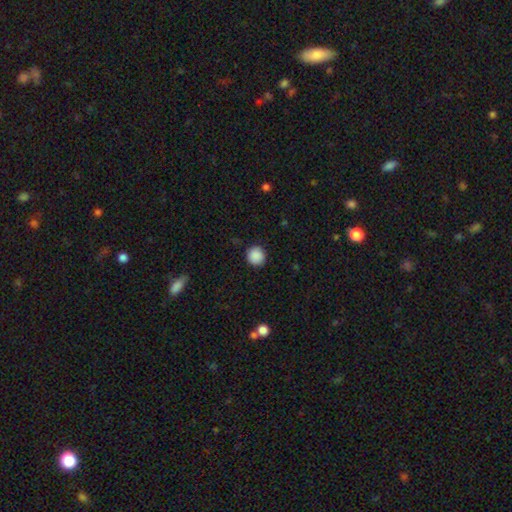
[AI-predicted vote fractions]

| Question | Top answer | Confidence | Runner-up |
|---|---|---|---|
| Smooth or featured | smooth | 89% | star or artifact (9%) |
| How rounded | round | 92% | in between (7%) |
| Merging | none | 89% | minor disturbance (8%) |